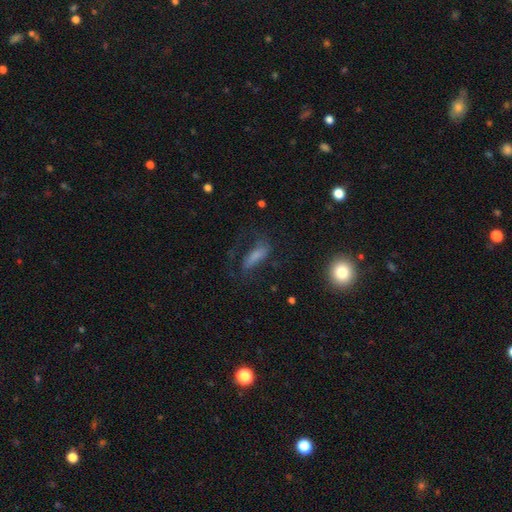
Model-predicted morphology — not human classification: This appears to be a smooth galaxy with no disk features (53%) that is in between round and cigar-shaped (51%). Merging: none (49%).